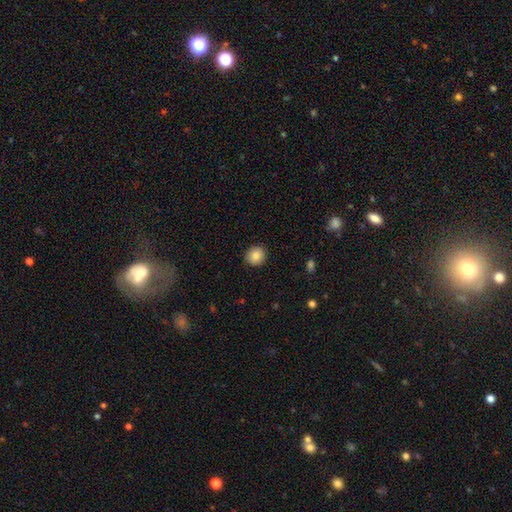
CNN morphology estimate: smooth 85%, star or artifact 9%, featured or disk 7%. Down the decision tree: how rounded — round (88%); merging — none (90%).